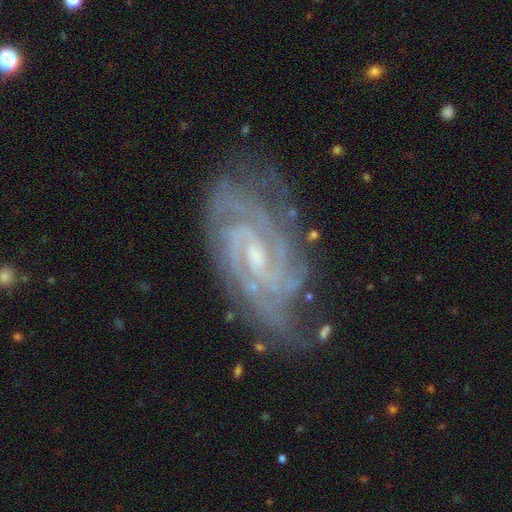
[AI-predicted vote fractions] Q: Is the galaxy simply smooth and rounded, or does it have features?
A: featured or disk — 91%.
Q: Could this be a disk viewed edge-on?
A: no — 96%.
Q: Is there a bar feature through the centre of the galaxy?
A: weak — 51%.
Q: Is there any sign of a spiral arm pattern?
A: yes — 99%.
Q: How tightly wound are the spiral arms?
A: tight — 73%.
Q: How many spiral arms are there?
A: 2 — 40%.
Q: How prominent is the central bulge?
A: small — 61%.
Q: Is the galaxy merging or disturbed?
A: none — 75%.